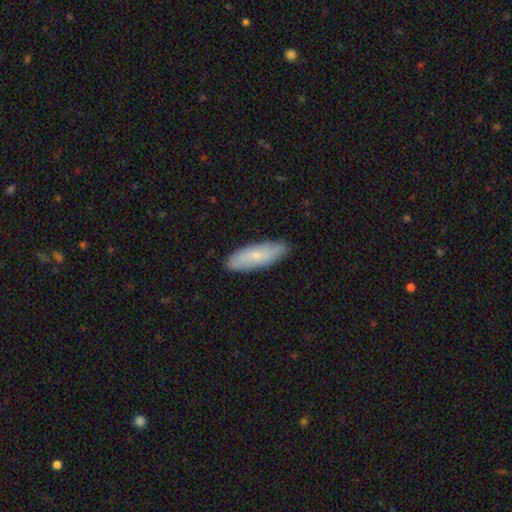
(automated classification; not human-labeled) This is likely a smooth galaxy (69%). How rounded: possibly in between (56%). Merging: clearly none (84%).